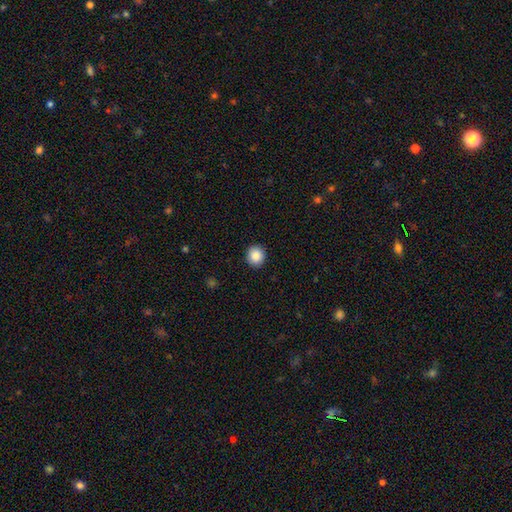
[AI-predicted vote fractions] Smooth or featured: smooth — 88% (star or artifact — 8%)
How rounded: round — 89% (in between — 10%)
Merging: none — 92% (minor disturbance — 5%)